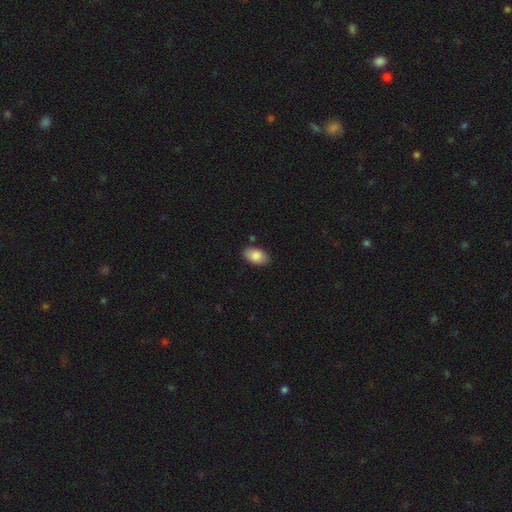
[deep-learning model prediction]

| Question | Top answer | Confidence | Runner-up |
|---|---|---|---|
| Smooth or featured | smooth | 88% | star or artifact (7%) |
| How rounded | in between | 93% | round (5%) |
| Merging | none | 85% | minor disturbance (11%) |